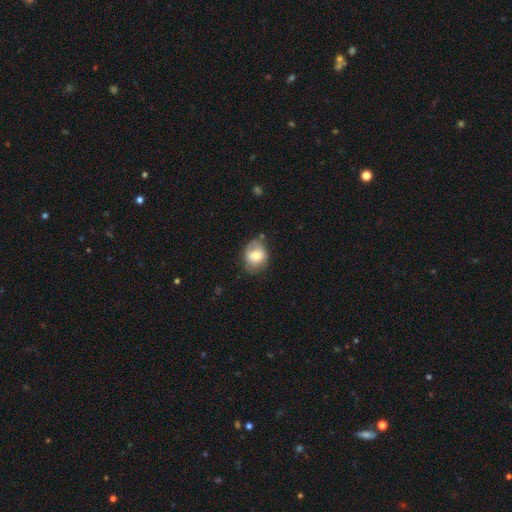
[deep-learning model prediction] smooth 65%, featured or disk 27%, star or artifact 8%. Down the decision tree: how rounded — in between (51%); merging — none (61%).